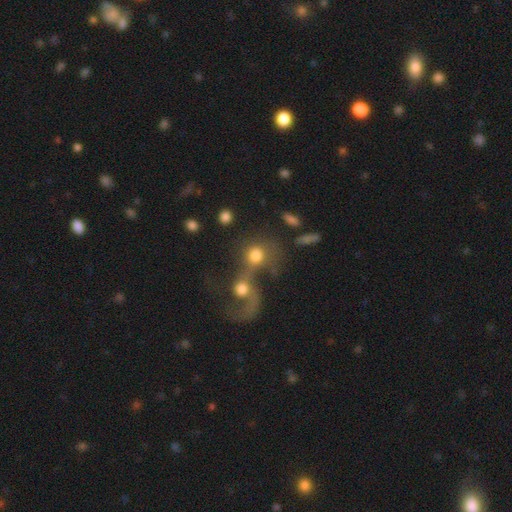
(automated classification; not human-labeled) The model was most divided on "smooth or featured": smooth: 62%, featured or disk: 26%, star or artifact: 12%. More confident: how rounded — round (76%); merging — merger (70%).